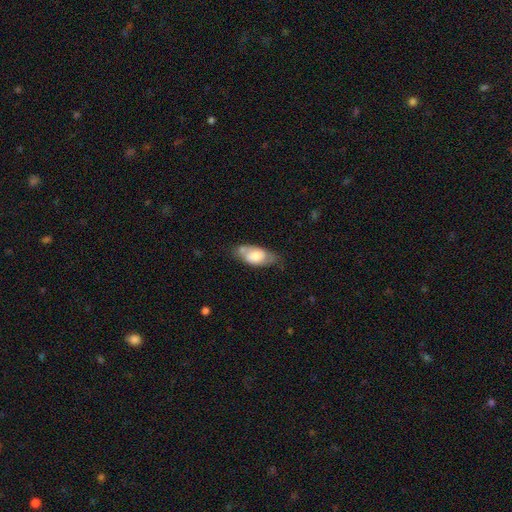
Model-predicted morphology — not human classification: The model was most divided on "merging": none: 52%, minor disturbance: 29%, merger: 11%, major disturbance: 9%. More confident: how rounded — in between (88%); smooth or featured — smooth (66%).